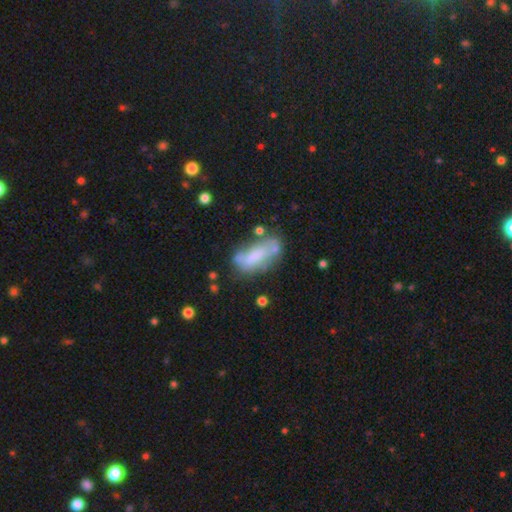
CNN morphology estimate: smooth-or-featured: smooth: 52% | featured or disk: 39% | star or artifact: 9%
  how-rounded: in between: 83% | cigar-shaped: 14% | round: 3%
  merging: none: 43% | minor disturbance: 25% | major disturbance: 16% | merger: 16%